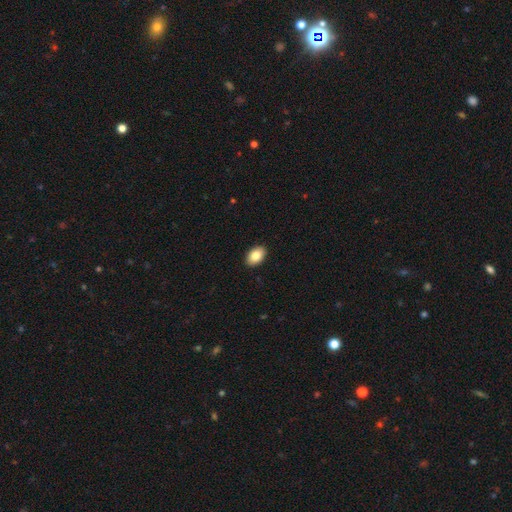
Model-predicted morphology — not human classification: type=smooth (86%); roundness=in between (89%); merging=none (91%).